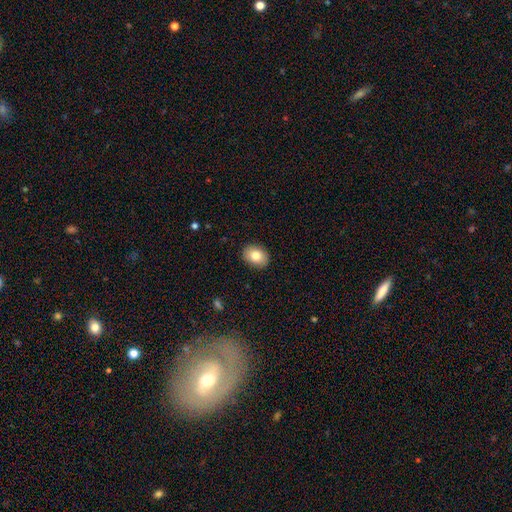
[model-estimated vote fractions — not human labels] smooth_or_featured: smooth (p=0.81) [alt: featured or disk p=0.11]
how_rounded: in between (p=0.70) [alt: round p=0.29]
merging: none (p=0.90) [alt: minor disturbance p=0.07]